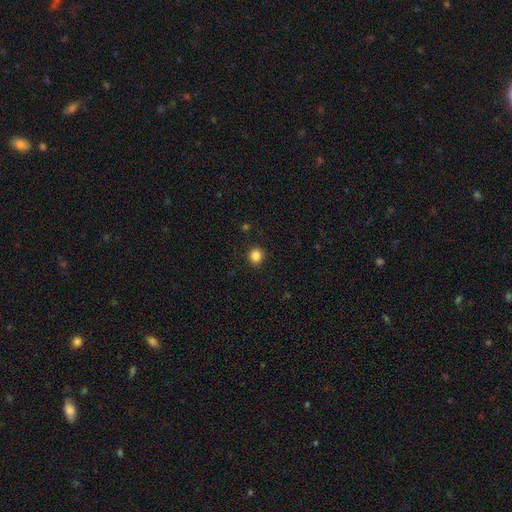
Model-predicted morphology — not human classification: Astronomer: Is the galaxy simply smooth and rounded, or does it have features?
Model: smooth — 85%.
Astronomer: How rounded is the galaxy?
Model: round — 89%.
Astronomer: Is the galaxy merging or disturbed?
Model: none — 91%.